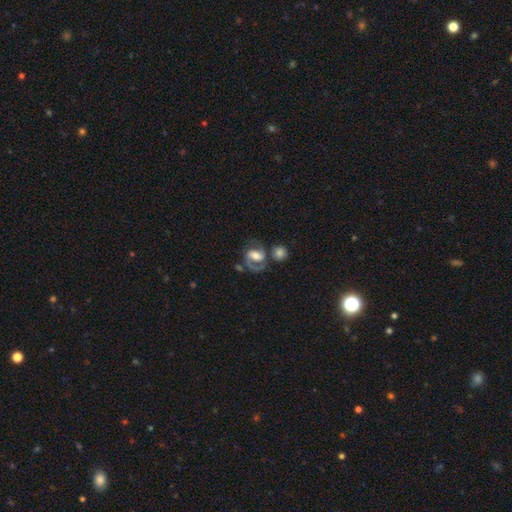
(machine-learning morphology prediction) featured or disk 76%, smooth 17%, star or artifact 7%. Down the decision tree: edge-on disk — no (97%); bar — weak (43%); spiral arms — yes (92%); spiral arm count — 2 (78%); spiral winding — medium (54%); bulge size — moderate (48%); merging — none (48%).